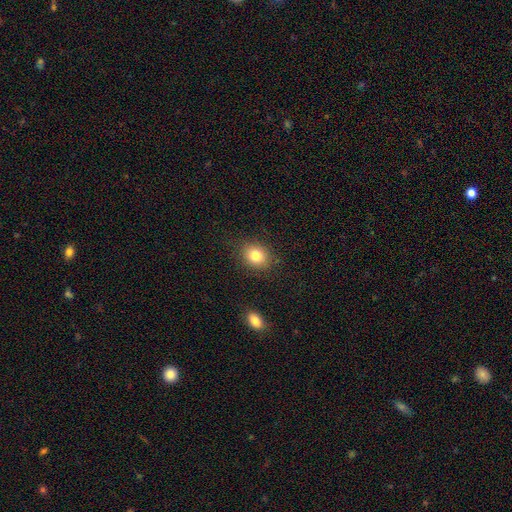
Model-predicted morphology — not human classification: The model was most divided on "how rounded": round: 58%, in between: 41%, cigar-shaped: 1%. More confident: merging — none (84%); smooth or featured — smooth (82%).